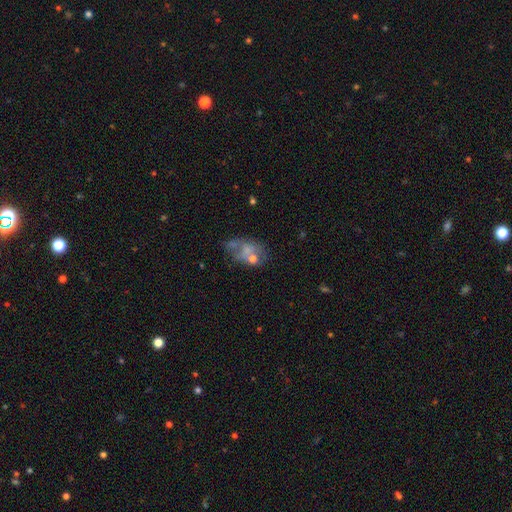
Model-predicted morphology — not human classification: Smooth or featured? featured or disk (45%)
Merging? none (38%)